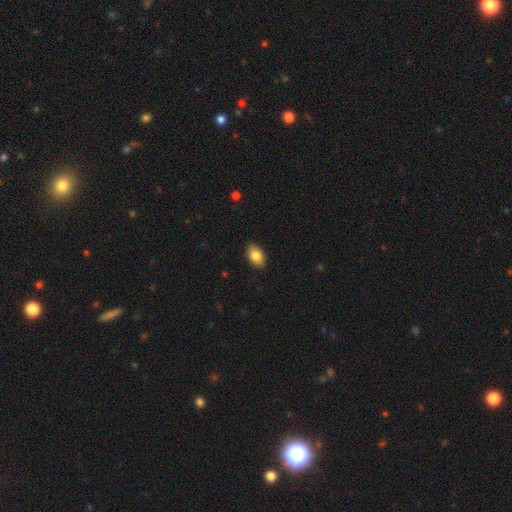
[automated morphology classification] smooth-or-featured: smooth: 84% | featured or disk: 9% | star or artifact: 7%
  how-rounded: in between: 91% | round: 8% | cigar-shaped: 1%
  merging: none: 89% | minor disturbance: 8% | major disturbance: 2% | merger: 1%